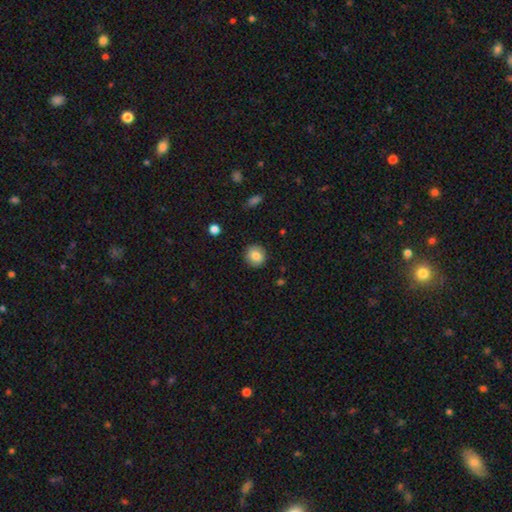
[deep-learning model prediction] smooth 83%, star or artifact 8%, featured or disk 8%. Down the decision tree: how rounded — round (88%); merging — none (90%).